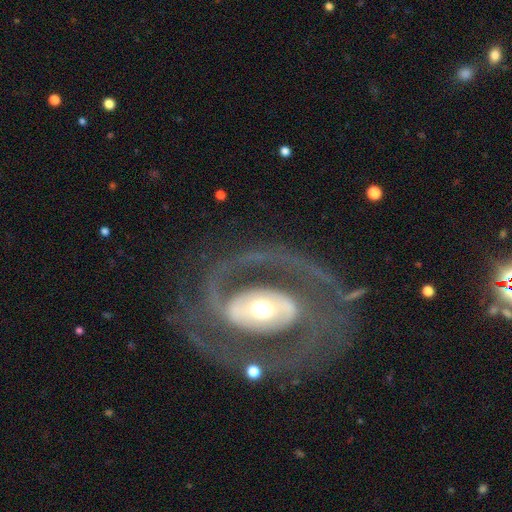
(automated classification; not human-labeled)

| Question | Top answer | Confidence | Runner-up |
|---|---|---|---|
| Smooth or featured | featured or disk | 89% | smooth (7%) |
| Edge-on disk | no | 97% | yes (3%) |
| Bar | no | 40% | weak (30%) |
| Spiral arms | yes | 91% | no (9%) |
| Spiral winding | medium | 44% | tight (43%) |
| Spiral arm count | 2 | 76% | can't tell (8%) |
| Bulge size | moderate | 61% | large (19%) |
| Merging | none | 72% | minor disturbance (14%) |